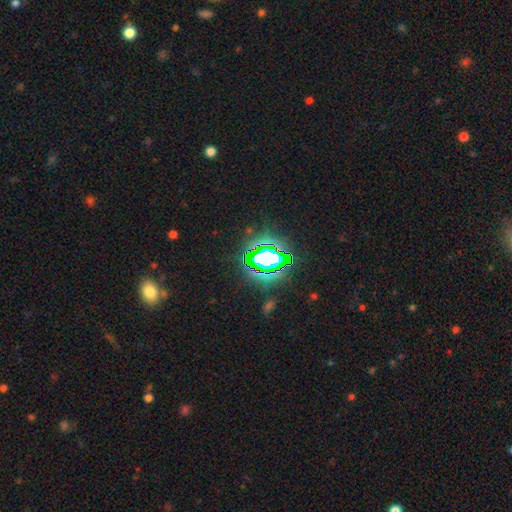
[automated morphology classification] star or artifact 82%, smooth 11%, featured or disk 7%.